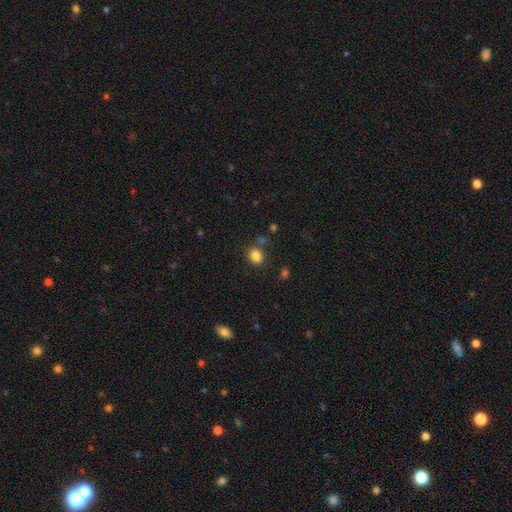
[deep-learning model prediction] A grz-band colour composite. It shows a smooth galaxy with no disk features (84%) that is in between round and cigar-shaped (62%). Merging: none (75%).